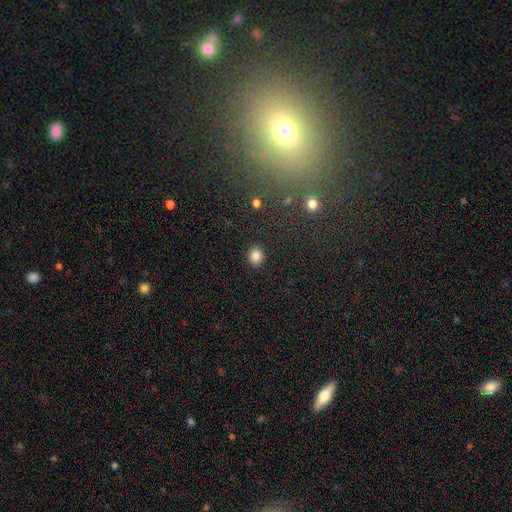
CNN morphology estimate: This is clearly a smooth galaxy (85%). How rounded: possibly round (60%). Merging: clearly none (88%).